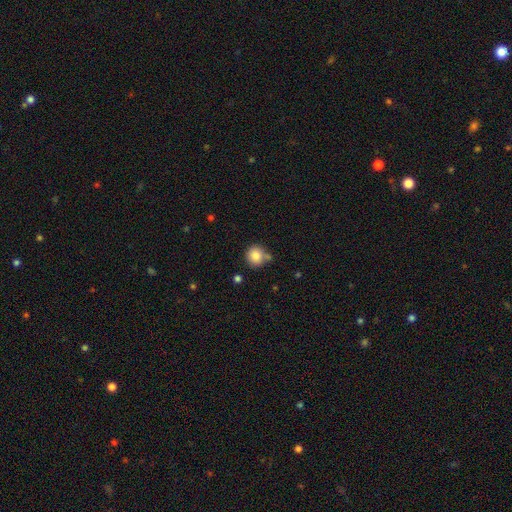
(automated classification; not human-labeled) smooth 84%, star or artifact 9%, featured or disk 6%. Down the decision tree: how rounded — round (88%); merging — none (68%).